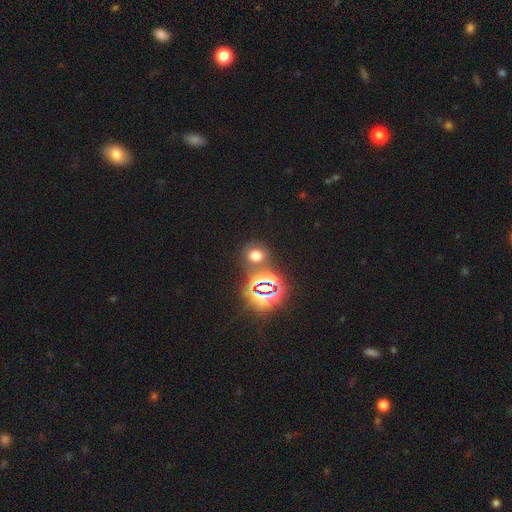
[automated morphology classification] Smooth or featured?
  - smooth: 55% *
  - star or artifact: 36%
  - featured or disk: 9%
How rounded?
  - round: 73% *
  - in between: 26%
  - cigar-shaped: 1%
Merging?
  - none: 72% *
  - merger: 14%
  - minor disturbance: 10%
  - major disturbance: 5%